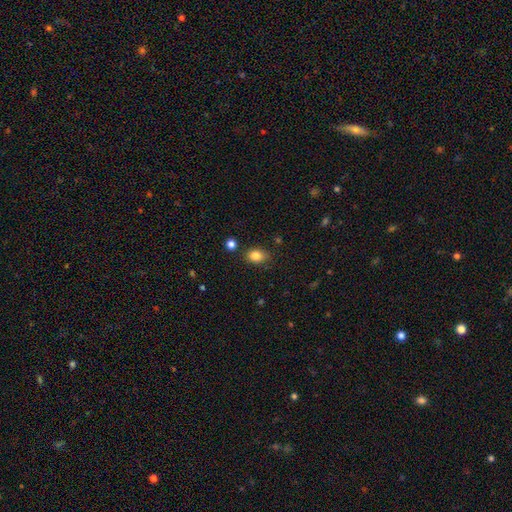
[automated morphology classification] A smooth galaxy with no disk features (84%) that is in between round and cigar-shaped (65%). Merging: none (80%).